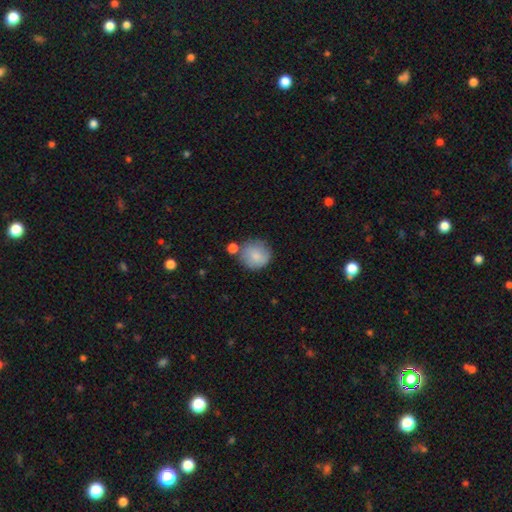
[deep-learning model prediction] A smooth galaxy with no disk features (82%) that is round (93%). Merging: none (68%).